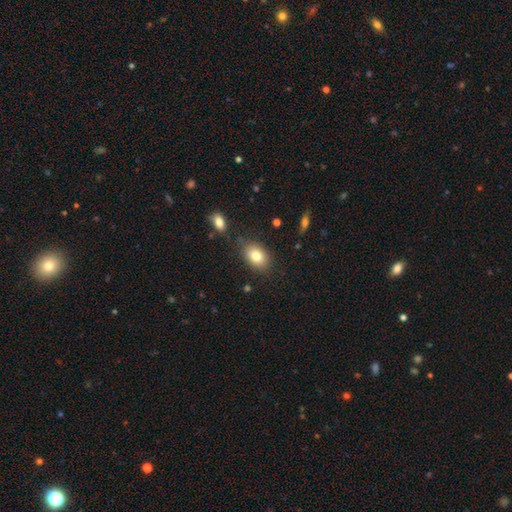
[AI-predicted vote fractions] Smooth or featured? smooth (81%)
How rounded? in between (81%)
Merging? none (80%)